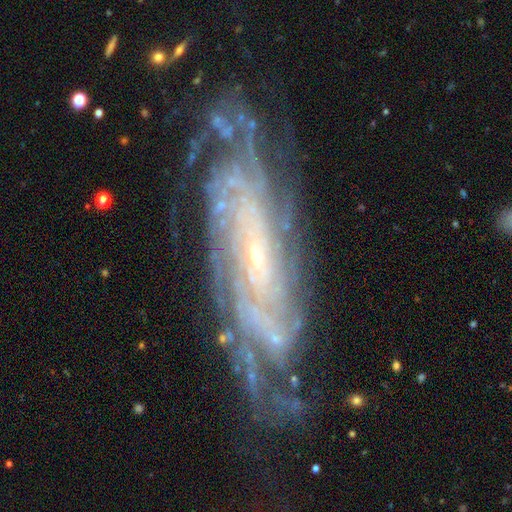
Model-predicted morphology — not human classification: A featured or disk galaxy (89%) with no bar (48%), tight (76%) spiral arms (98%) and a small central bulge (81%). Merging: none (76%).